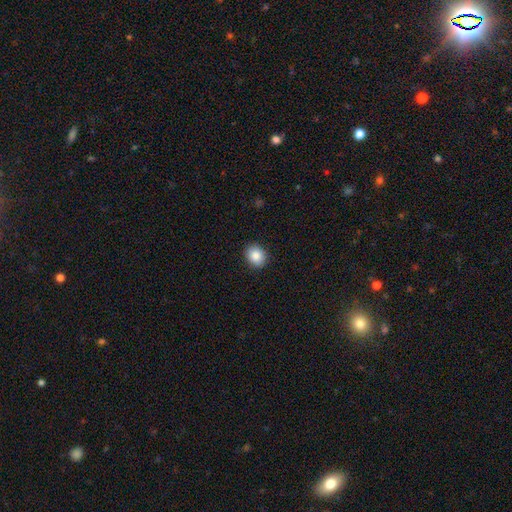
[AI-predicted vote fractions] Smooth or featured?
  - smooth: 86% *
  - star or artifact: 9%
  - featured or disk: 5%
How rounded?
  - round: 67% *
  - in between: 32%
  - cigar-shaped: 1%
Merging?
  - none: 91% *
  - minor disturbance: 7%
  - major disturbance: 2%
  - merger: 1%